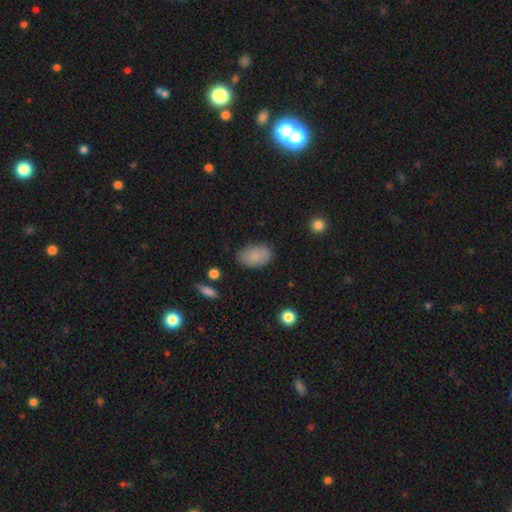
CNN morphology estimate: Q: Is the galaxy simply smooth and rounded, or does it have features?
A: smooth — 85%.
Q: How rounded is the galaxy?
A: in between — 90%.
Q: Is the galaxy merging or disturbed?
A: none — 79%.